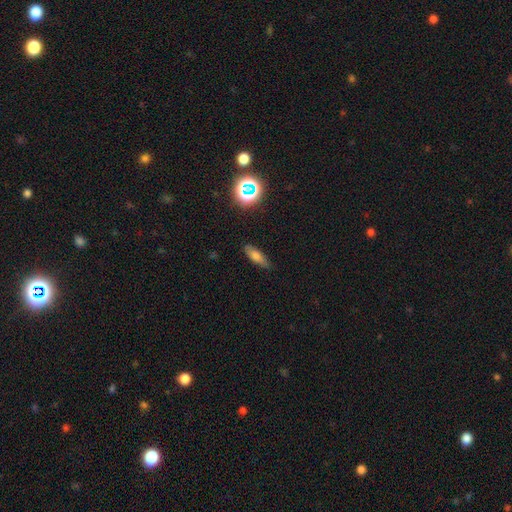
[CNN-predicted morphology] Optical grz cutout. It shows a smooth galaxy with no disk features (70%) that is in between round and cigar-shaped (53%). Merging: none (82%).